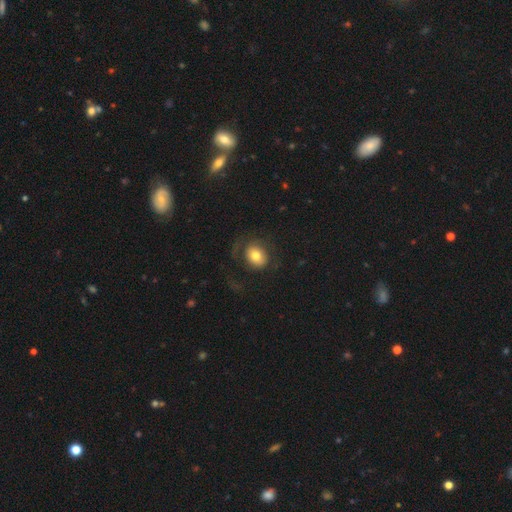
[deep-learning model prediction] Smooth or featured? Predicted: smooth (p=0.70). How rounded? Predicted: round (p=0.58). Merging? Predicted: none (p=0.57).